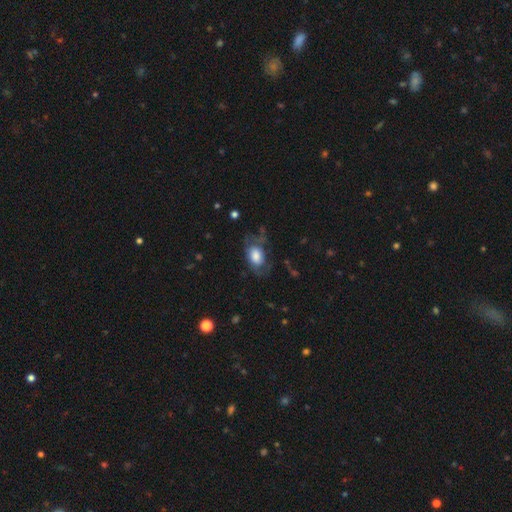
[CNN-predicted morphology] smooth 61%, featured or disk 31%, star or artifact 8%. Down the decision tree: how rounded — in between (82%); merging — none (50%).